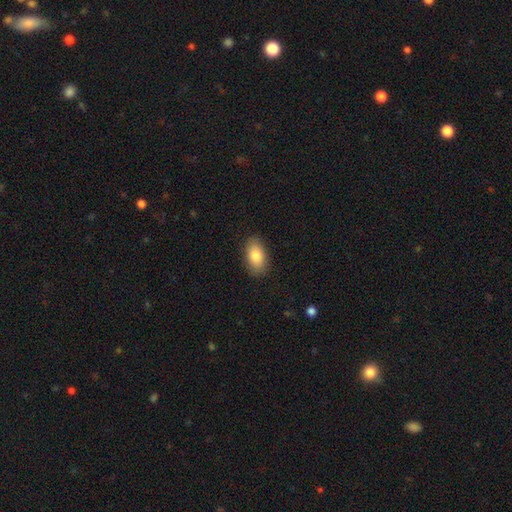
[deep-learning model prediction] A smooth galaxy with no disk features (83%) that is in between round and cigar-shaped (92%).

Vote fractions:
- Smooth or featured? smooth: 83% / featured or disk: 10% / star or artifact: 7%
- How rounded? in between: 92% / round: 6% / cigar-shaped: 2%
- Merging? none: 88% / minor disturbance: 9% / major disturbance: 2% / merger: 1%